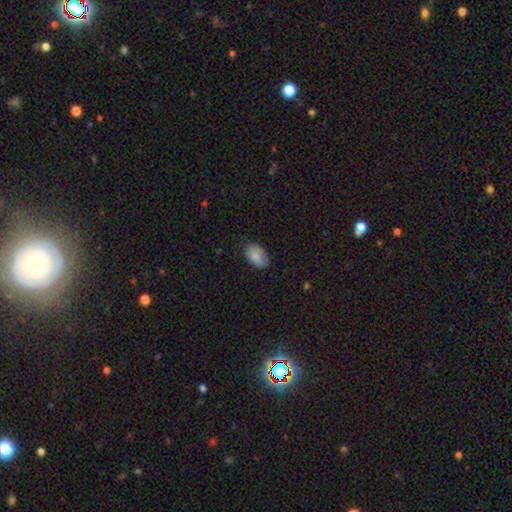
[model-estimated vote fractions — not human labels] Smooth or featured?
  - smooth: 85% *
  - featured or disk: 8%
  - star or artifact: 7%
How rounded?
  - in between: 92% *
  - round: 7%
  - cigar-shaped: 1%
Merging?
  - none: 78% *
  - minor disturbance: 18%
  - major disturbance: 3%
  - merger: 1%